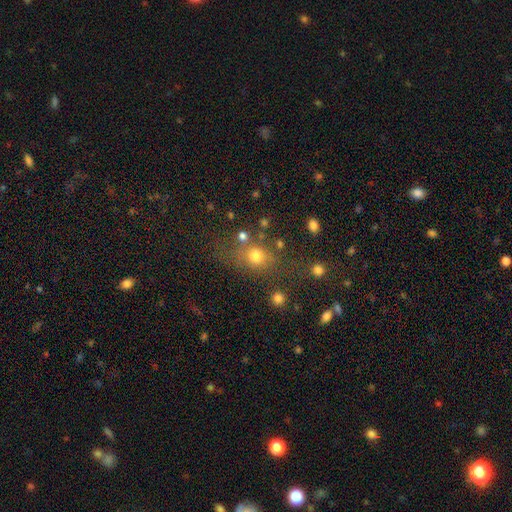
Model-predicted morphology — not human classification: smooth_or_featured: smooth (p=0.70) [alt: star or artifact p=0.19]
how_rounded: round (p=0.63) [alt: in between p=0.34]
merging: none (p=0.63) [alt: minor disturbance p=0.16]